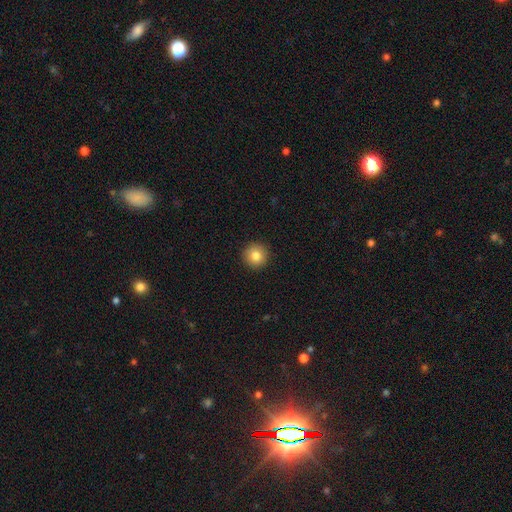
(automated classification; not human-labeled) smooth-or-featured: smooth: 82% | star or artifact: 10% | featured or disk: 8%
  how-rounded: round: 96% | in between: 3% | cigar-shaped: 1%
  merging: none: 93% | minor disturbance: 4% | major disturbance: 1% | merger: 1%